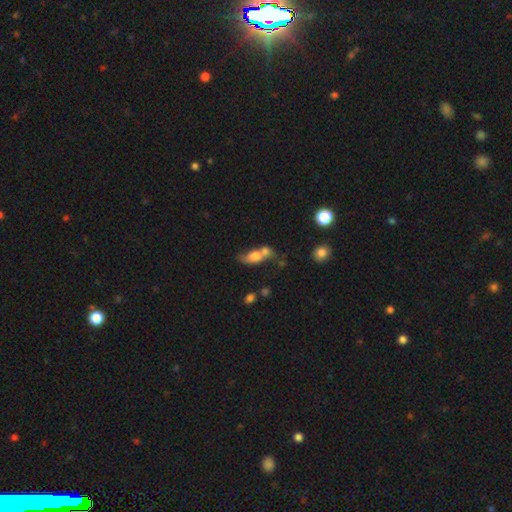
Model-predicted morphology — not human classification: smooth_or_featured: smooth (p=0.64) [alt: featured or disk p=0.25]
how_rounded: in between (p=0.75) [alt: round p=0.14]
merging: merger (p=0.55) [alt: none p=0.23]